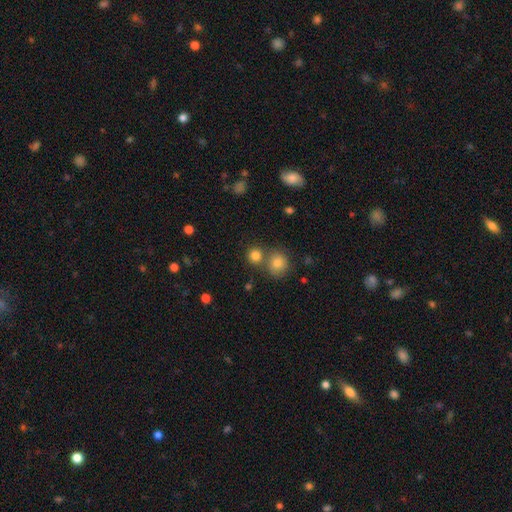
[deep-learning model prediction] smooth_or_featured: smooth (p=0.81) [alt: star or artifact p=0.12]
how_rounded: round (p=0.88) [alt: in between p=0.11]
merging: none (p=0.61) [alt: merger p=0.28]